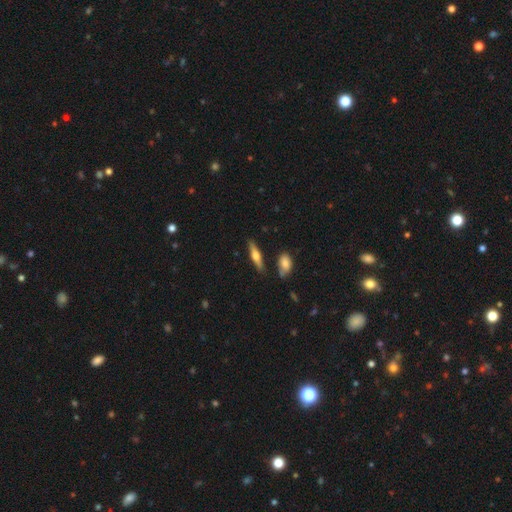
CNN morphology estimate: Smooth or featured?
  - featured or disk: 53% *
  - smooth: 41%
  - star or artifact: 6%
Edge-on disk?
  - yes: 94% *
  - no: 6%
Merging?
  - none: 83% *
  - minor disturbance: 10%
  - merger: 4%
  - major disturbance: 2%